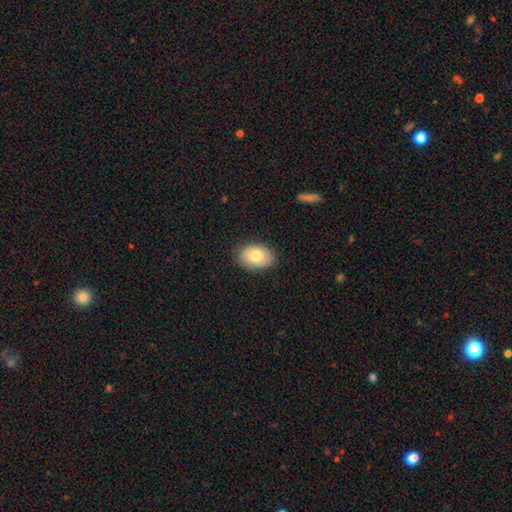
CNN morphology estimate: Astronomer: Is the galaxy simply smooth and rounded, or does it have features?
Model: smooth — 80%.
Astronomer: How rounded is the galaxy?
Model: in between — 83%.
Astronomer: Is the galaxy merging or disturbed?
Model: none — 86%.